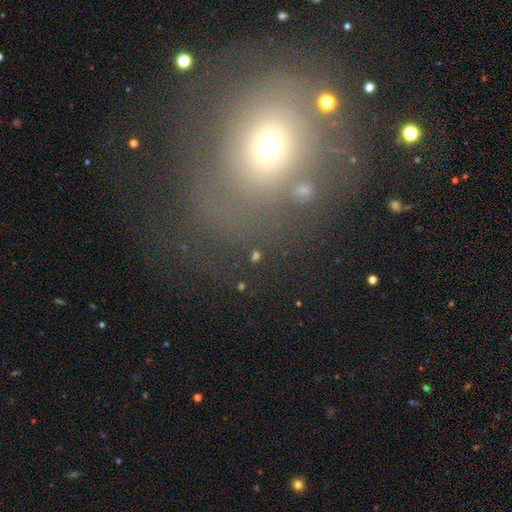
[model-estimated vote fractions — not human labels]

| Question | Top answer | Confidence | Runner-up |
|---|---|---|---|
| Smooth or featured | star or artifact | 43% | smooth (36%) |